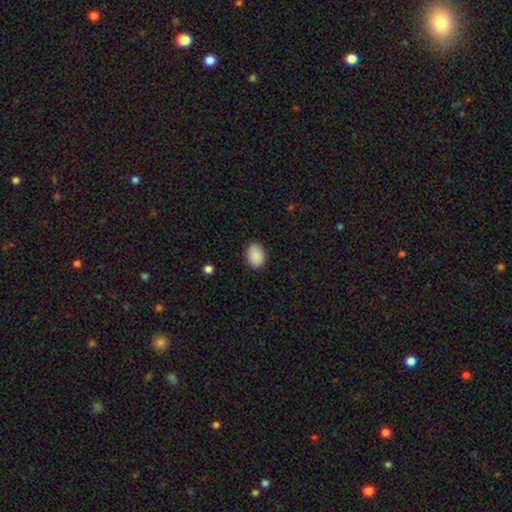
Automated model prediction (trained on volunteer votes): This appears to be a smooth galaxy with no disk features (89%) that is in between round and cigar-shaped (70%). Merging: none (86%).